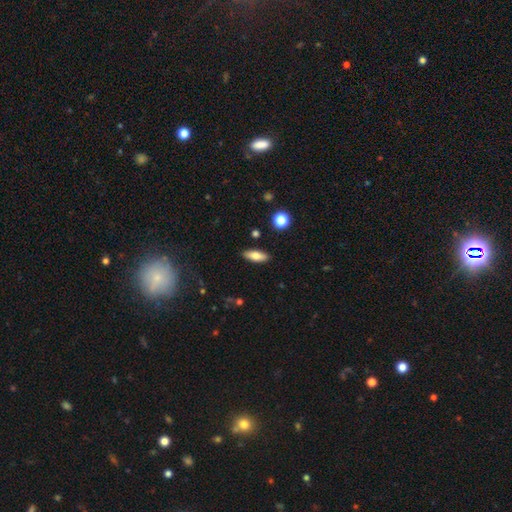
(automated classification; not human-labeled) Smooth or featured? smooth (74%)
How rounded? in between (67%)
Merging? none (88%)